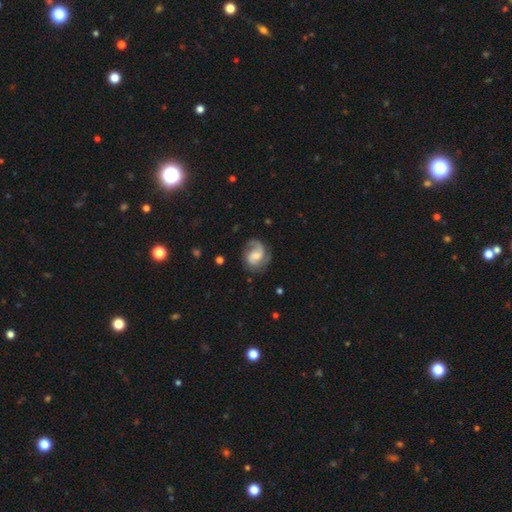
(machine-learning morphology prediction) Smooth or featured?
  - featured or disk: 82% *
  - smooth: 12%
  - star or artifact: 6%
Edge-on disk?
  - no: 98% *
  - yes: 2%
Bar?
  - weak: 45% *
  - no: 44%
  - strong: 11%
Spiral arms?
  - yes: 96% *
  - no: 4%
Spiral winding?
  - medium: 49% *
  - loose: 28%
  - tight: 23%
Spiral arm count?
  - 2: 73% *
  - 1: 13%
  - can't tell: 6%
  - 3: 5%
  - 4: 1%
  - more than 4: 1%
Bulge size?
  - moderate: 48% *
  - small: 41%
  - none: 5%
  - large: 5%
  - dominant: 1%
Merging?
  - none: 71% *
  - minor disturbance: 18%
  - major disturbance: 9%
  - merger: 2%